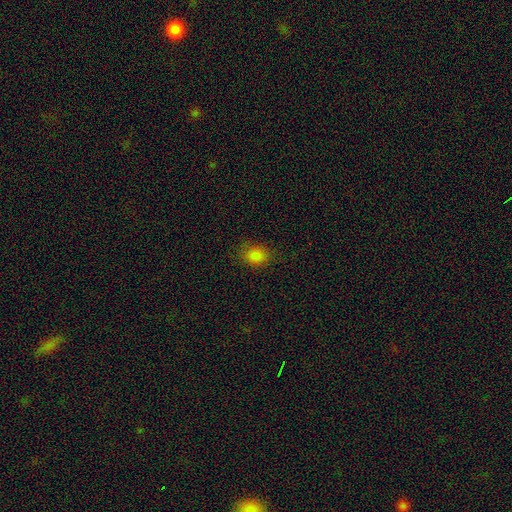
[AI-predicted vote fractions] smooth 84%, star or artifact 13%, featured or disk 4%. Down the decision tree: how rounded — in between (50%); merging — none (81%).